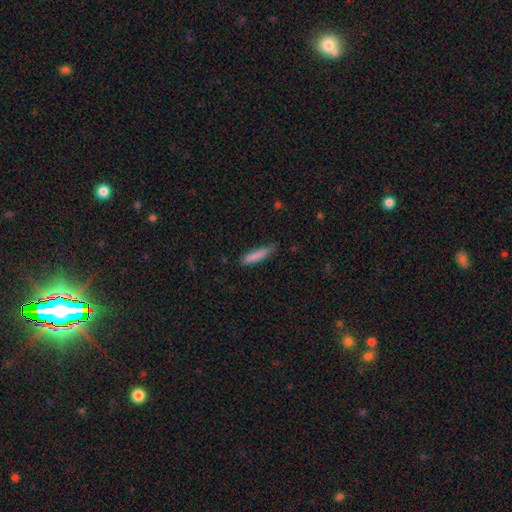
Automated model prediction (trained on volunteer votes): Smooth or featured?
  - smooth: 84% *
  - featured or disk: 10%
  - star or artifact: 6%
How rounded?
  - cigar-shaped: 82% *
  - in between: 16%
  - round: 1%
Merging?
  - none: 72% *
  - minor disturbance: 23%
  - major disturbance: 4%
  - merger: 2%